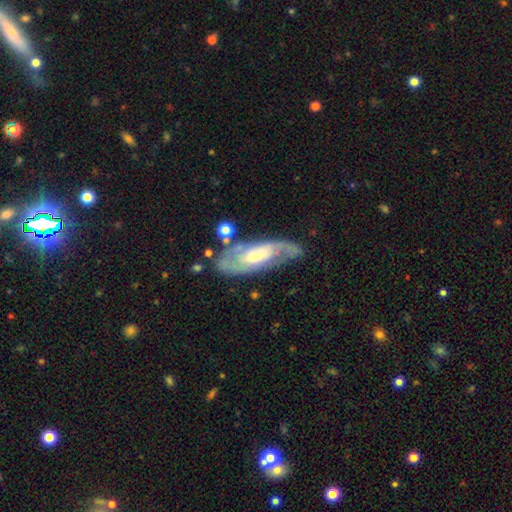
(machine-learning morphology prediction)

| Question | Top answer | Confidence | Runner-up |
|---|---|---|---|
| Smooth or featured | featured or disk | 78% | smooth (16%) |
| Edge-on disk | no | 87% | yes (13%) |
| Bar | no | 52% | weak (35%) |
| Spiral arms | yes | 88% | no (12%) |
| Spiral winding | tight | 43% | medium (40%) |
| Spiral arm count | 2 | 68% | can't tell (21%) |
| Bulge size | small | 47% | moderate (45%) |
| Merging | none | 68% | minor disturbance (19%) |